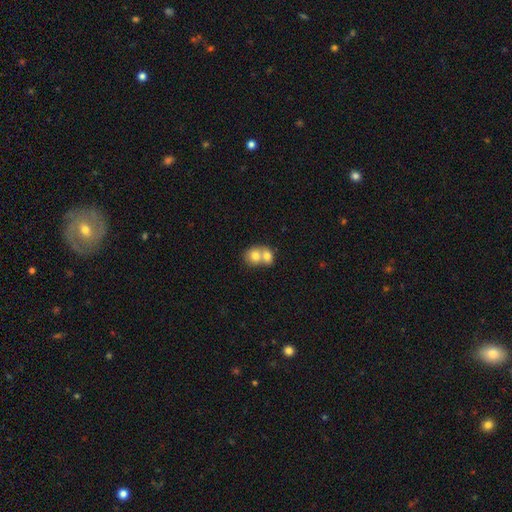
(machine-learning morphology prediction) Smooth or featured: smooth — 74% (featured or disk — 18%)
How rounded: round — 65% (in between — 35%)
Merging: merger — 73% (none — 21%)